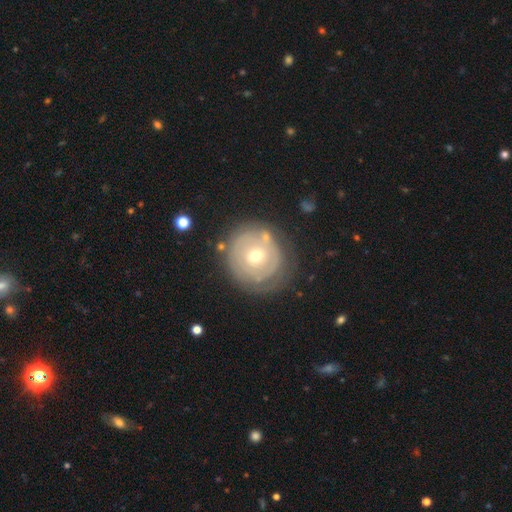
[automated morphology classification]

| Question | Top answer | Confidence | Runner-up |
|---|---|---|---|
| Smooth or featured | featured or disk | 57% | smooth (36%) |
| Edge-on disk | no | 96% | yes (4%) |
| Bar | no | 80% | weak (16%) |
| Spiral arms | no | 55% | yes (45%) |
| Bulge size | moderate | 66% | small (28%) |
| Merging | none | 71% | minor disturbance (17%) |